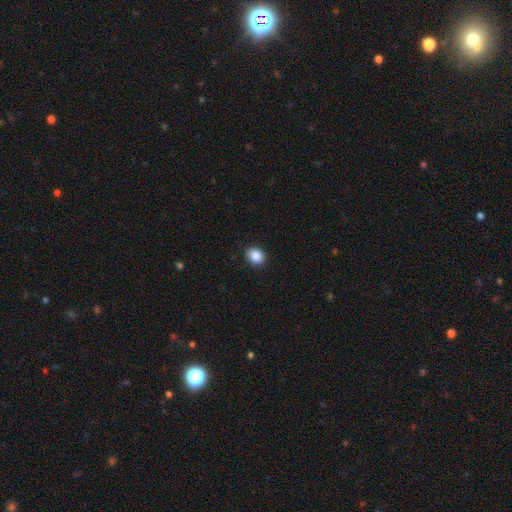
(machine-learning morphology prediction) A smooth galaxy with no disk features (88%) that is round (65%). Merging: none (91%).